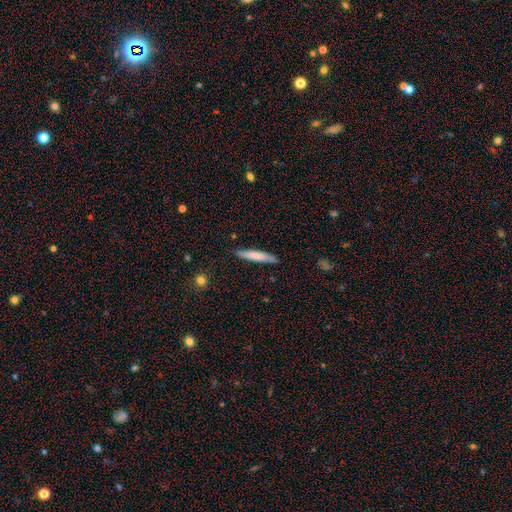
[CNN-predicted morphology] Smooth or featured? smooth (73%)
How rounded? cigar-shaped (91%)
Merging? none (83%)